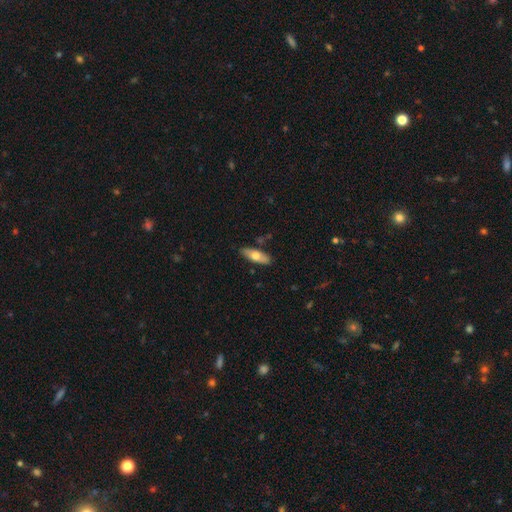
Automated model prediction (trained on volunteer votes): This appears to be a smooth galaxy with no disk features (61%) that is in between round and cigar-shaped (63%). Merging: none (84%).